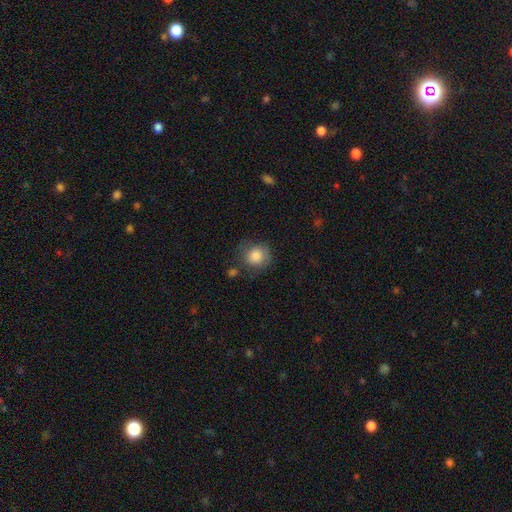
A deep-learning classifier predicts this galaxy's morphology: Smooth or featured? Predicted: smooth (p=0.83). How rounded? Predicted: round (p=0.82). Merging? Predicted: none (p=0.64).